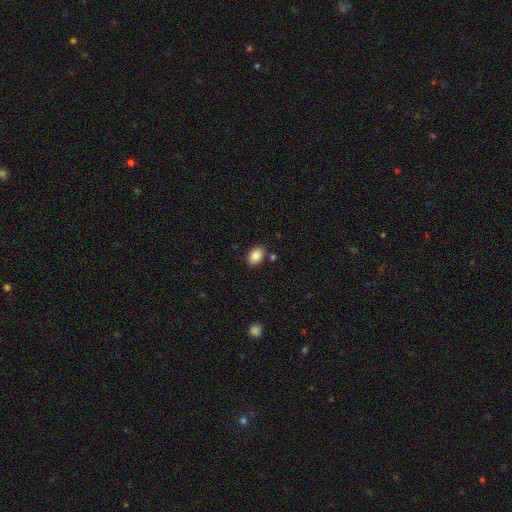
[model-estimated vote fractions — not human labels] Overall: smooth (87%). How rounded: in between (79%). Merging: none (81%).